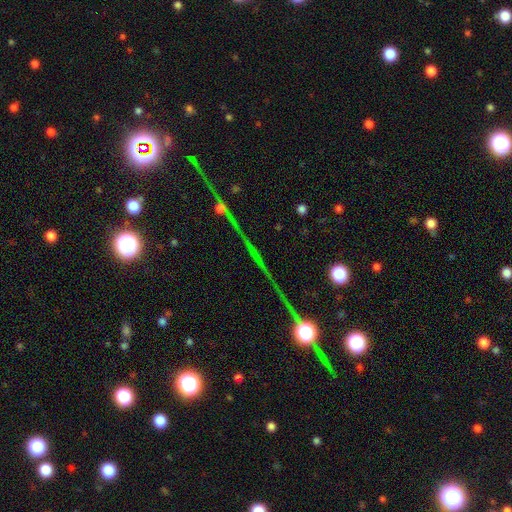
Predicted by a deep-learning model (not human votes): A star or artifact, not a galaxy (65%).